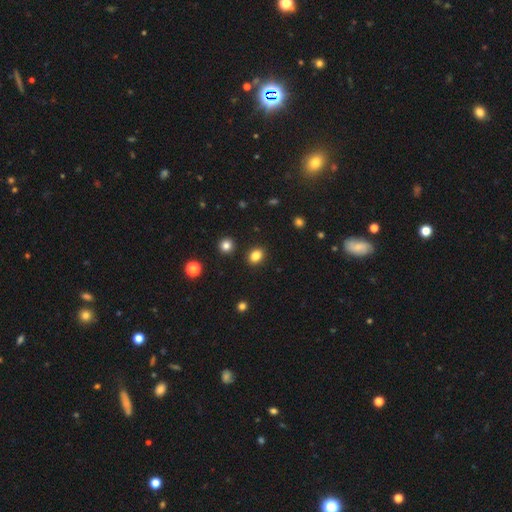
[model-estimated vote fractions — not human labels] A smooth galaxy with no disk features (84%) that is in between round and cigar-shaped (53%). Merging: none (88%).